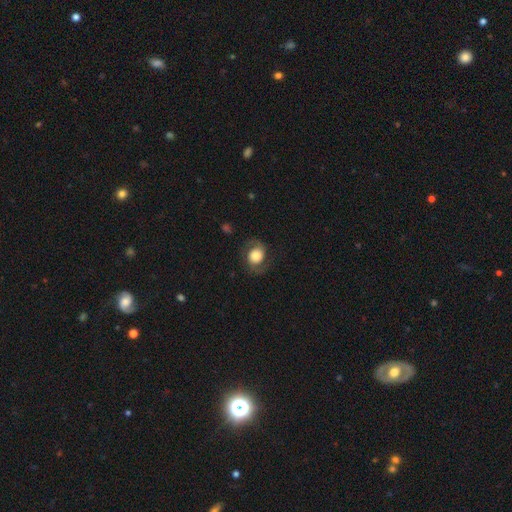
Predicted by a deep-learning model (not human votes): smooth-or-featured: featured or disk: 53% | smooth: 39% | star or artifact: 8%
  disk-edge-on: no: 97% | yes: 3%
    bar: no: 72% | weak: 21% | strong: 6%
    has-spiral-arms: yes: 84% | no: 16%
    bulge-size: large: 43% | moderate: 34% | dominant: 12% | small: 8% | none: 3%
  merging: none: 73% | minor disturbance: 15% | major disturbance: 11% | merger: 1%